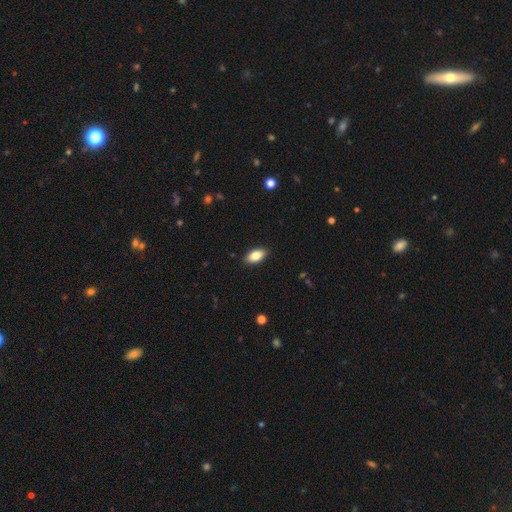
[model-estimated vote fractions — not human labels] smooth_or_featured: smooth (p=0.83) [alt: featured or disk p=0.10]
how_rounded: in between (p=0.92) [alt: cigar-shaped p=0.05]
merging: none (p=0.89) [alt: minor disturbance p=0.08]